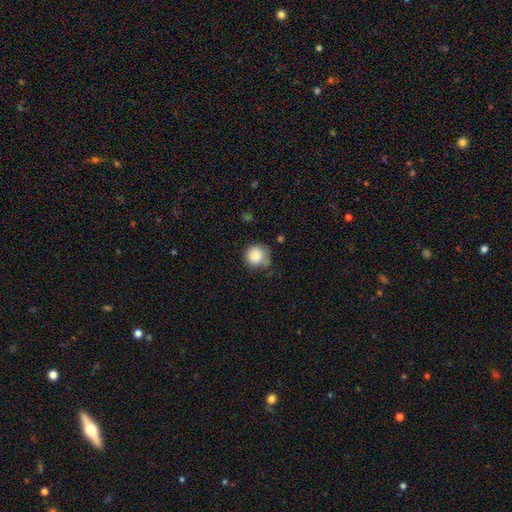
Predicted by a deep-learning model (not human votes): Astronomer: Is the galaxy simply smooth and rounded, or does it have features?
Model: smooth — 85%.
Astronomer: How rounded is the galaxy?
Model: round — 92%.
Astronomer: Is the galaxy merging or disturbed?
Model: none — 62%.